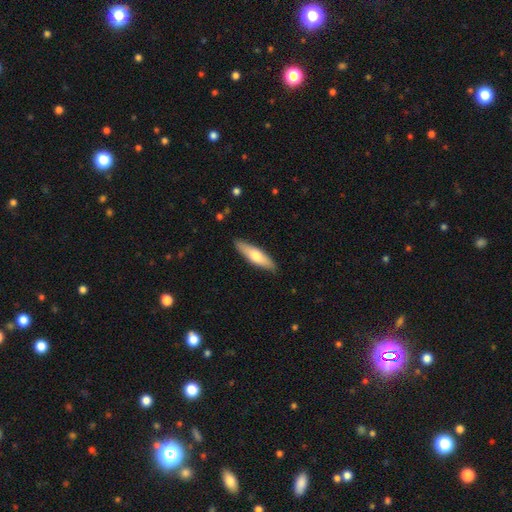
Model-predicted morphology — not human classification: The model was most divided on "smooth or featured": smooth: 61%, featured or disk: 34%, star or artifact: 5%. More confident: merging — none (88%); how rounded — cigar-shaped (65%).